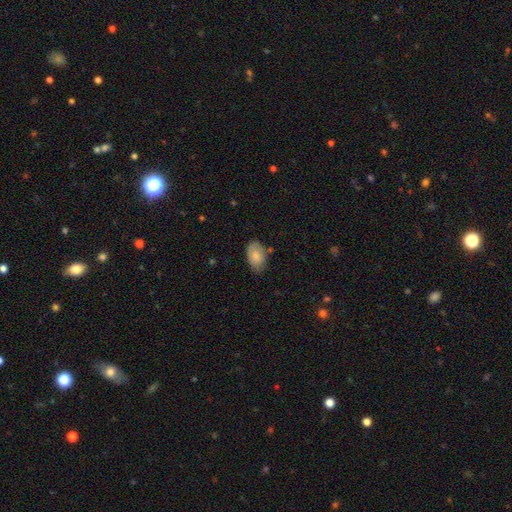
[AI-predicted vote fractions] This is clearly a smooth galaxy (82%). How rounded: clearly in between (93%). Merging: likely none (71%).